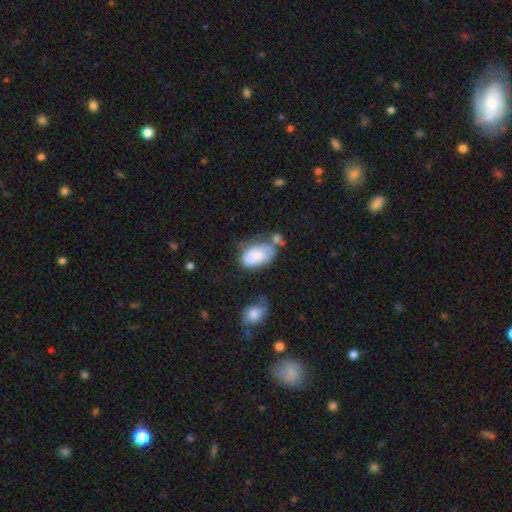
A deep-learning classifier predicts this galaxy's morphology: A smooth galaxy with no disk features (67%) that is in between round and cigar-shaped (92%). Merging: none (36%).